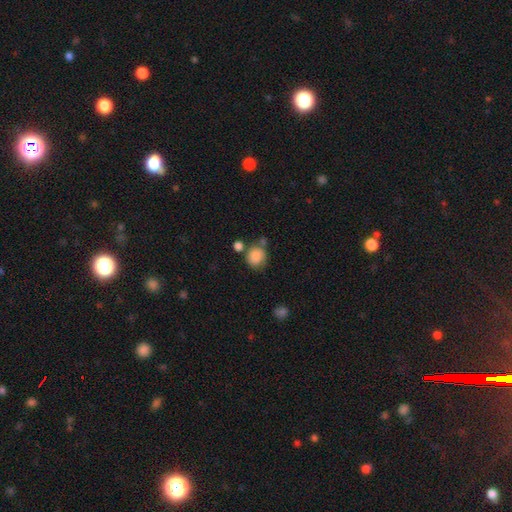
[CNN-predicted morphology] Smooth or featured? Predicted: smooth (p=0.86). How rounded? Predicted: round (p=0.77). Merging? Predicted: none (p=0.60).